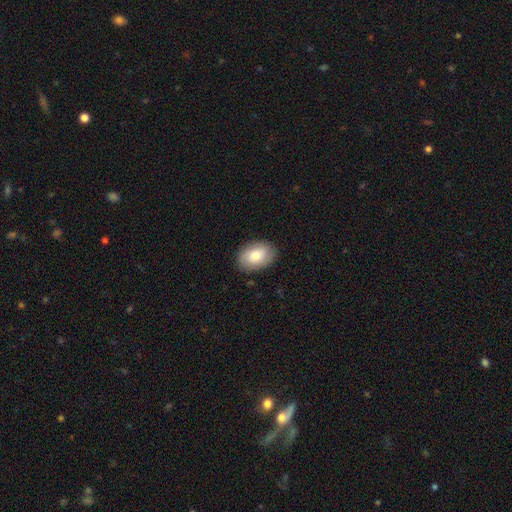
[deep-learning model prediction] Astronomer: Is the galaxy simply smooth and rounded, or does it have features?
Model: smooth — 79%.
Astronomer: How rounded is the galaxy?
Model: in between — 87%.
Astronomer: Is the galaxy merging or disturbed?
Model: none — 86%.